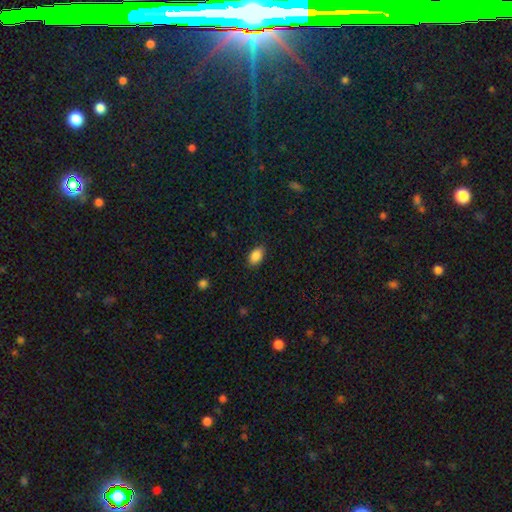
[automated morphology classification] type=smooth (88%); roundness=in between (91%); merging=none (87%).